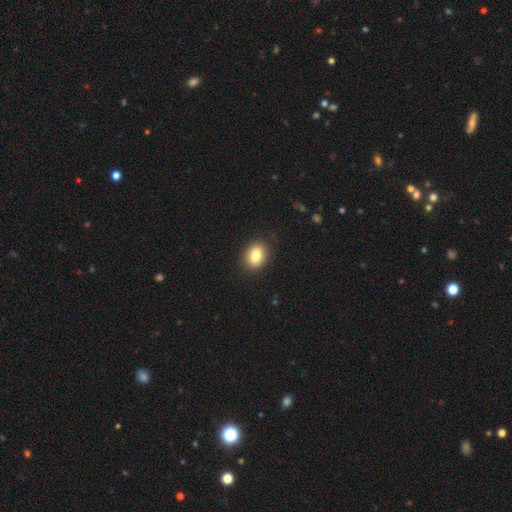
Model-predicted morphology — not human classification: smooth 82%, star or artifact 9%, featured or disk 9%. Down the decision tree: how rounded — in between (63%); merging — none (88%).